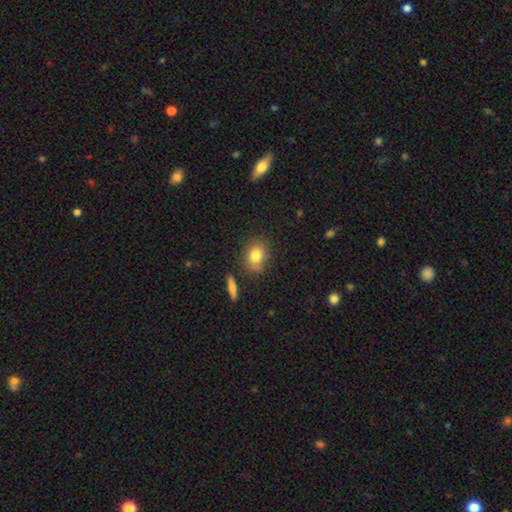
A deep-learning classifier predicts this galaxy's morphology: Smooth or featured? smooth (81%)
How rounded? in between (62%)
Merging? none (74%)